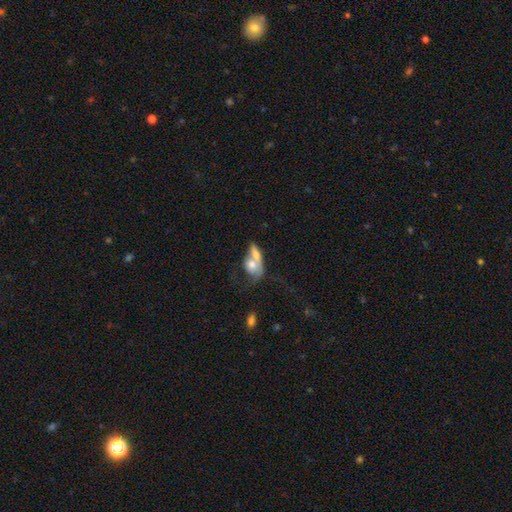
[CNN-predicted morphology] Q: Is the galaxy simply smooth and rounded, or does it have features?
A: smooth — 57%.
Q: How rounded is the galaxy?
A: in between — 73%.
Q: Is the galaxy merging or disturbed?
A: merger — 70%.